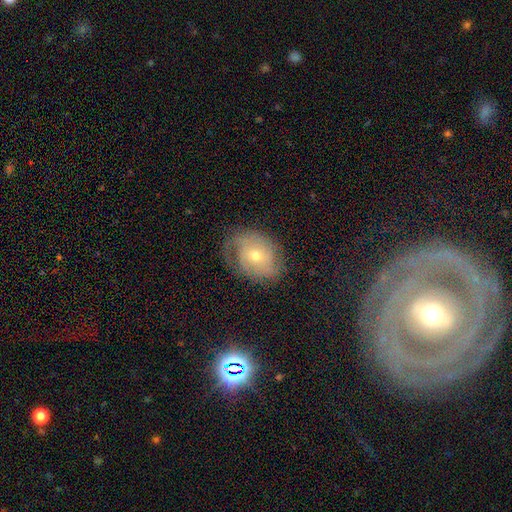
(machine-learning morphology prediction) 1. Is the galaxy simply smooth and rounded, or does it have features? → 60% featured or disk, 31% smooth, 8% star or artifact.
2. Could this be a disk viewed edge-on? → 95% no, 5% yes.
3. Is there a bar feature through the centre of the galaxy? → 67% no, 26% weak, 7% strong.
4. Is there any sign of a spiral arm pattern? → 78% yes, 22% no.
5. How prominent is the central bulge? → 54% moderate, 42% small, 2% large, 1% dominant, 1% none.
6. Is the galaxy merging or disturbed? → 59% none, 25% minor disturbance, 15% major disturbance, 1% merger.